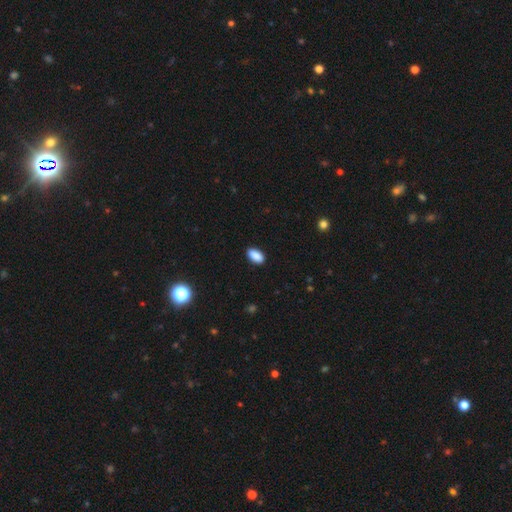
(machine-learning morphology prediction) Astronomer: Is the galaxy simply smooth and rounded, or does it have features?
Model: smooth — 90%.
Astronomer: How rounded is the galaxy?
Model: in between — 93%.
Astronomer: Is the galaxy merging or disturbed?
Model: none — 89%.